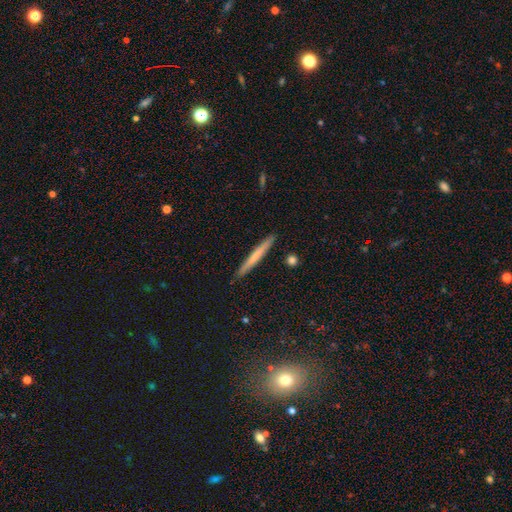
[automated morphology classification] The model was most divided on "smooth or featured": smooth: 59%, featured or disk: 35%, star or artifact: 6%. More confident: how rounded — cigar-shaped (97%); merging — none (91%).